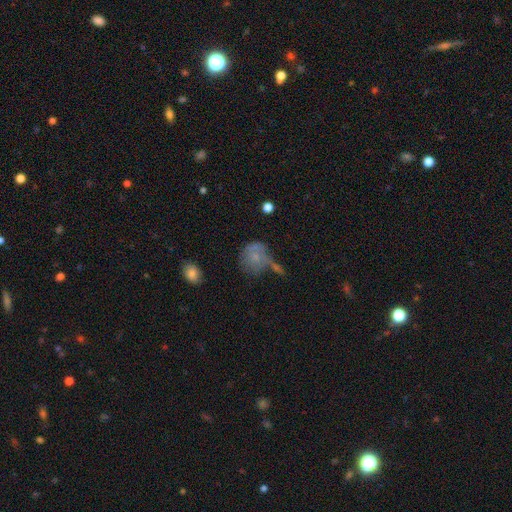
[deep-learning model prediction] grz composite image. It shows a smooth galaxy with no disk features (59%) that is round (75%). Merging: none (42%).